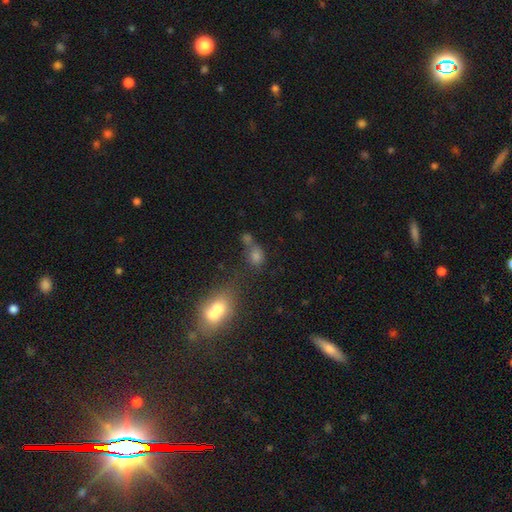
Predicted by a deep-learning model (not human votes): smooth-or-featured: smooth: 69% | star or artifact: 19% | featured or disk: 12%
  how-rounded: in between: 51% | round: 46% | cigar-shaped: 3%
  merging: none: 42% | merger: 38% | minor disturbance: 13% | major disturbance: 8%